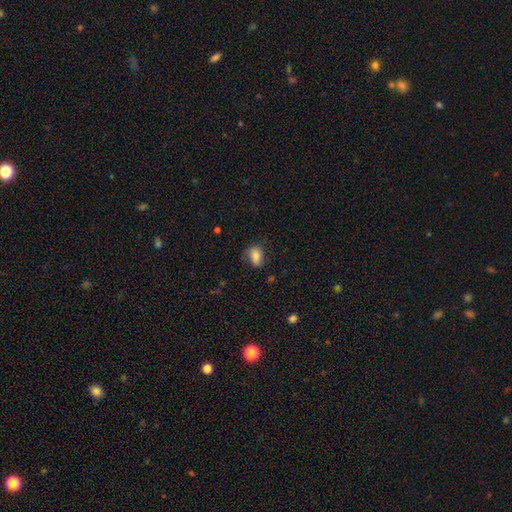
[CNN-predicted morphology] type=smooth (69%); roundness=in between (73%); merging=none (66%).